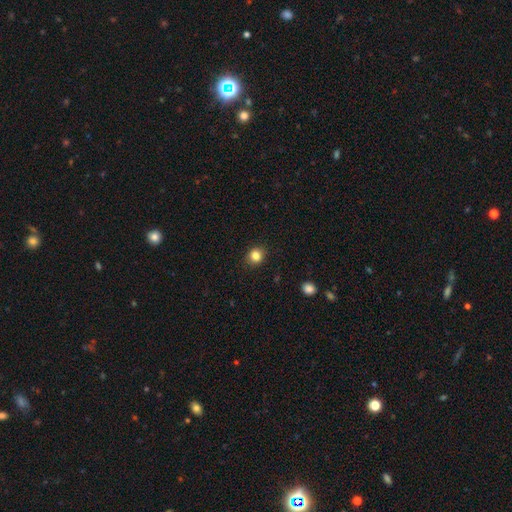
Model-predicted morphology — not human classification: smooth_or_featured: smooth (p=0.83) [alt: star or artifact p=0.11]
how_rounded: round (p=0.77) [alt: in between p=0.22]
merging: none (p=0.88) [alt: minor disturbance p=0.09]